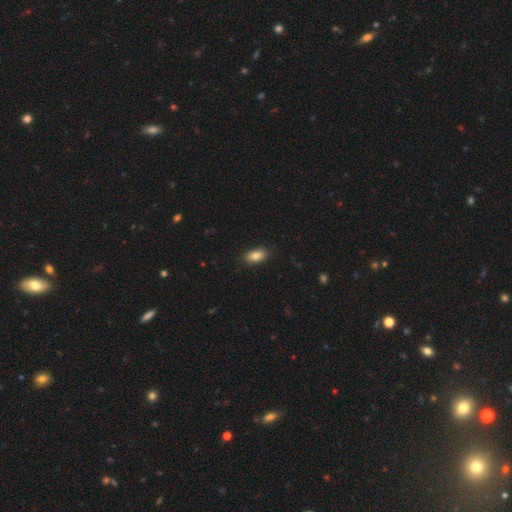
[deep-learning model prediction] This is clearly a smooth galaxy (87%). How rounded: clearly in between (91%). Merging: clearly none (88%).